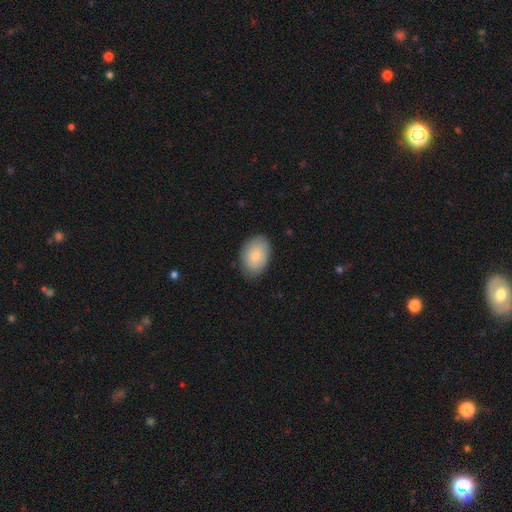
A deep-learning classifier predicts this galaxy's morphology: The model was most divided on "merging": none: 82%, minor disturbance: 15%, major disturbance: 3%, merger: 1%. More confident: how rounded — in between (85%); smooth or featured — smooth (82%).